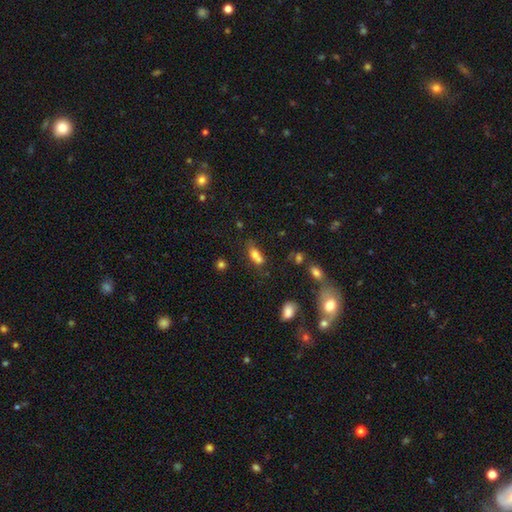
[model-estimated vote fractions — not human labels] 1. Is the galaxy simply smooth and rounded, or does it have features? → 72% smooth, 15% featured or disk, 13% star or artifact.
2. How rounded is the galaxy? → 73% in between, 17% round, 10% cigar-shaped.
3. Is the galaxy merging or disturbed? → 47% merger, 32% none, 14% minor disturbance, 7% major disturbance.